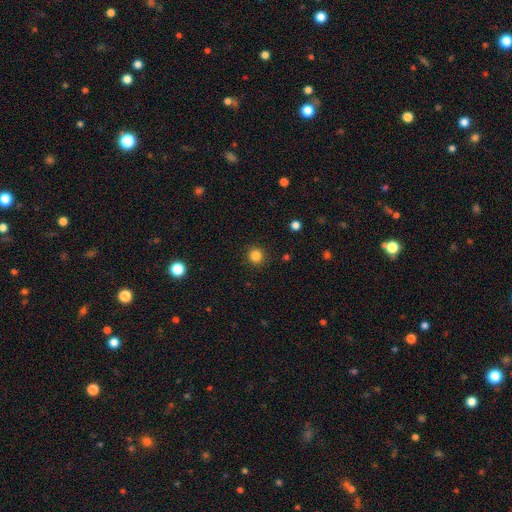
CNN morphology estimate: Smooth or featured? Predicted: smooth (p=0.83). How rounded? Predicted: round (p=0.93). Merging? Predicted: none (p=0.91).